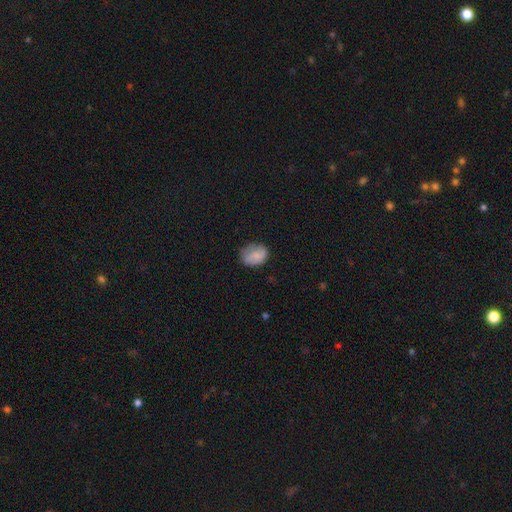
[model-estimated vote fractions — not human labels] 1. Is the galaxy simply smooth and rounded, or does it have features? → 78% smooth, 14% featured or disk, 8% star or artifact.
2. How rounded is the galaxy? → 60% in between, 39% round, 1% cigar-shaped.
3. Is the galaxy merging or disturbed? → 63% none, 28% minor disturbance, 8% major disturbance, 1% merger.